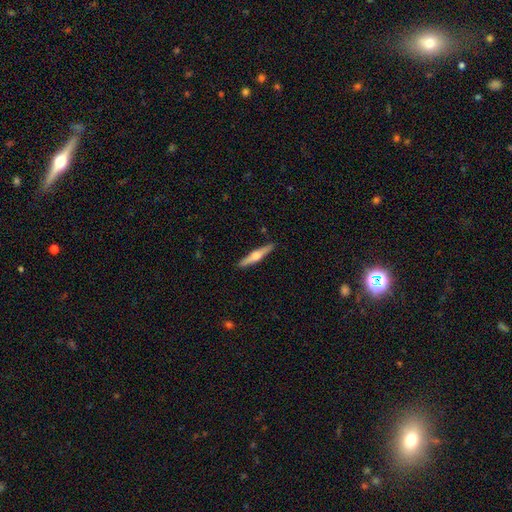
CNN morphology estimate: Smooth or featured? featured or disk (62%)
Edge-on disk? yes (98%)
Edge-on bulge? rounded (89%)
Merging? none (91%)